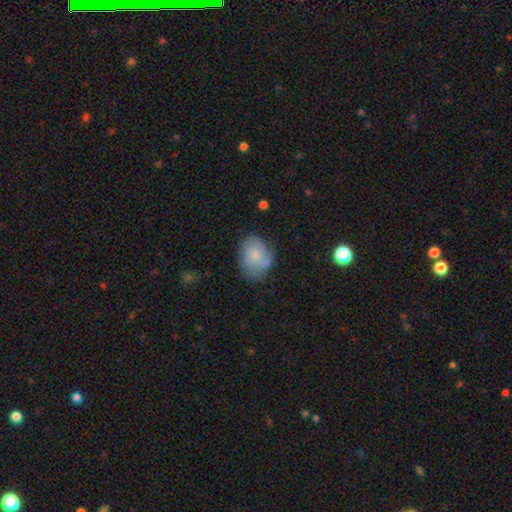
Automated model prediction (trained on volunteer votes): Q: Smooth or featured?
A: smooth (64%); runner-up: featured or disk (28%)
Q: How rounded?
A: in between (59%); runner-up: round (40%)
Q: Merging?
A: none (61%); runner-up: minor disturbance (25%)